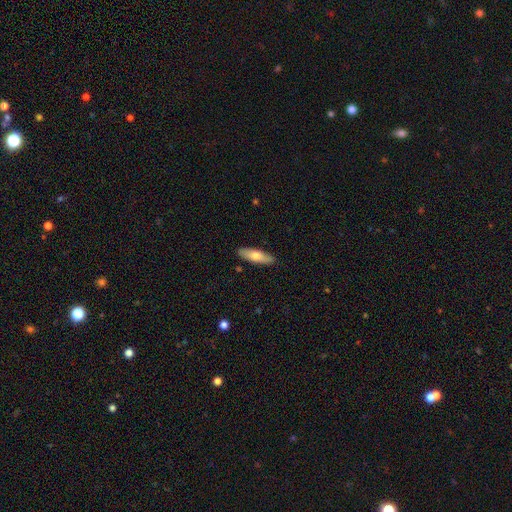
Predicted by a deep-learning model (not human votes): The model was most divided on "how rounded": cigar-shaped: 58%, in between: 40%, round: 2%. More confident: merging — none (88%); smooth or featured — smooth (71%).